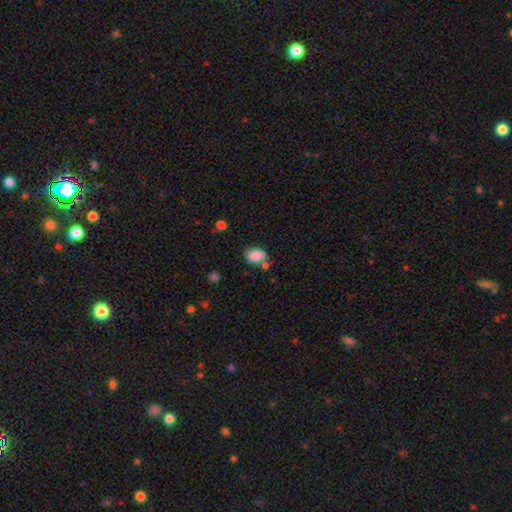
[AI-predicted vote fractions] Smooth or featured? Predicted: smooth (p=0.84). How rounded? Predicted: in between (p=0.77). Merging? Predicted: none (p=0.56).